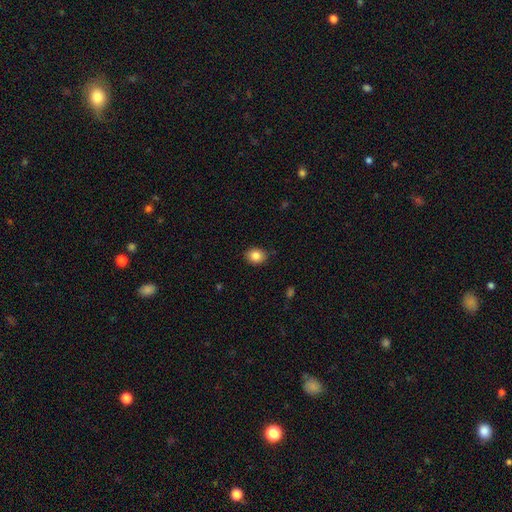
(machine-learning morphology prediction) smooth-or-featured: smooth: 84% | star or artifact: 10% | featured or disk: 6%
  how-rounded: round: 58% | in between: 41% | cigar-shaped: 1%
  merging: none: 85% | minor disturbance: 11% | major disturbance: 2% | merger: 1%